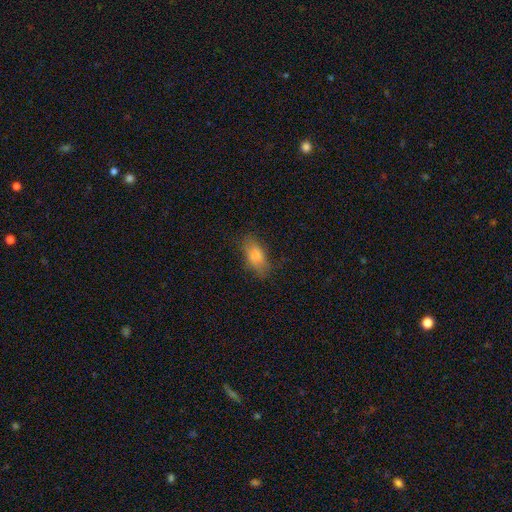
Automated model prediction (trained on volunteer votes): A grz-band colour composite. It shows a smooth galaxy with no disk features (80%) that is in between round and cigar-shaped (90%). Merging: none (67%).